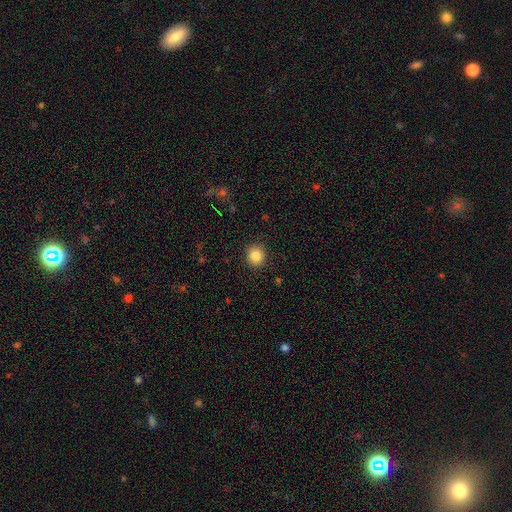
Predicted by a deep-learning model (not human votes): Q: Smooth or featured?
A: smooth (85%); runner-up: star or artifact (10%)
Q: How rounded?
A: round (87%); runner-up: in between (12%)
Q: Merging?
A: none (90%); runner-up: minor disturbance (7%)